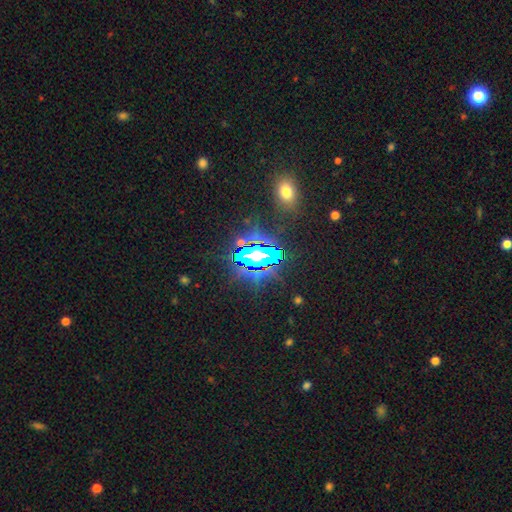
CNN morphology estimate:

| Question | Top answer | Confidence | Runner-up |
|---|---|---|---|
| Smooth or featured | star or artifact | 68% | smooth (20%) |